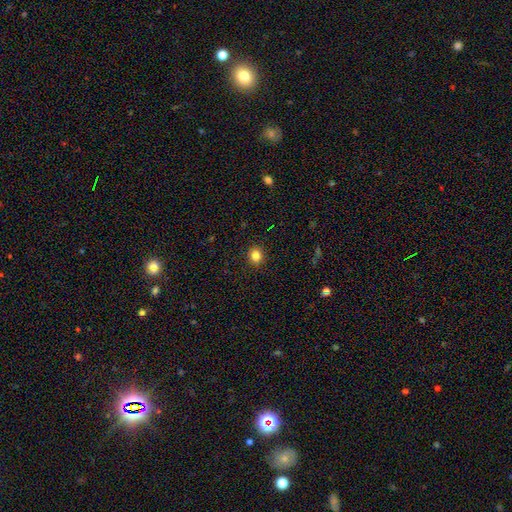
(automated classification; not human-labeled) A smooth galaxy with no disk features (83%) that is round (75%). Merging: none (91%).